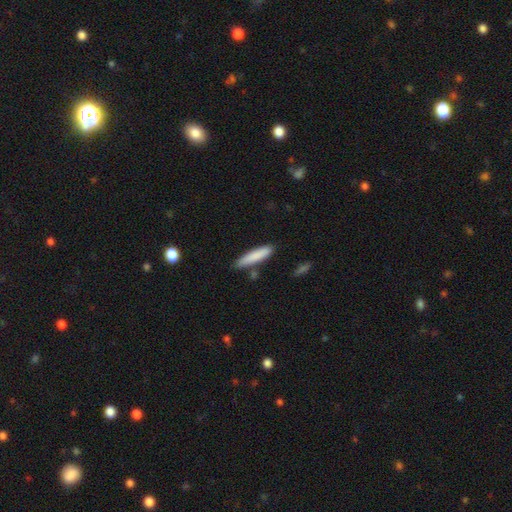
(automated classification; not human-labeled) Q: Smooth or featured?
A: smooth (83%); runner-up: featured or disk (11%)
Q: How rounded?
A: cigar-shaped (85%); runner-up: in between (14%)
Q: Merging?
A: none (83%); runner-up: minor disturbance (11%)